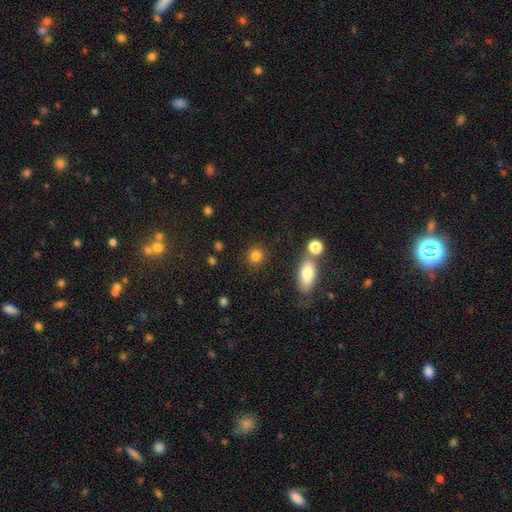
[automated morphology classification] Smooth or featured: smooth — 83% (star or artifact — 11%)
How rounded: round — 84% (in between — 14%)
Merging: none — 85% (minor disturbance — 7%)